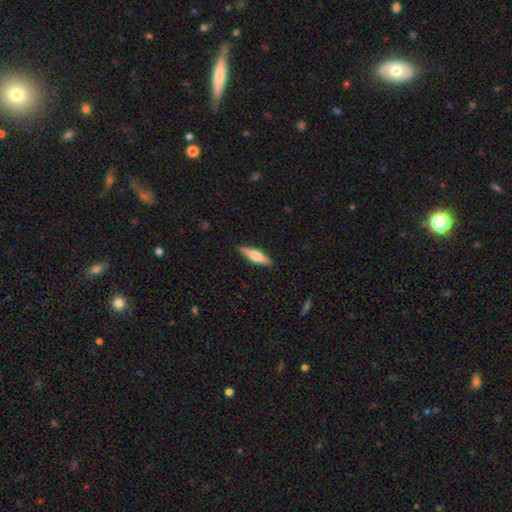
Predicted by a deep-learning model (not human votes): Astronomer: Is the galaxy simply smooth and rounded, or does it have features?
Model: featured or disk — 49% (runner-up: smooth, 46%).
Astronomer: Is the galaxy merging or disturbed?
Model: none — 89%.